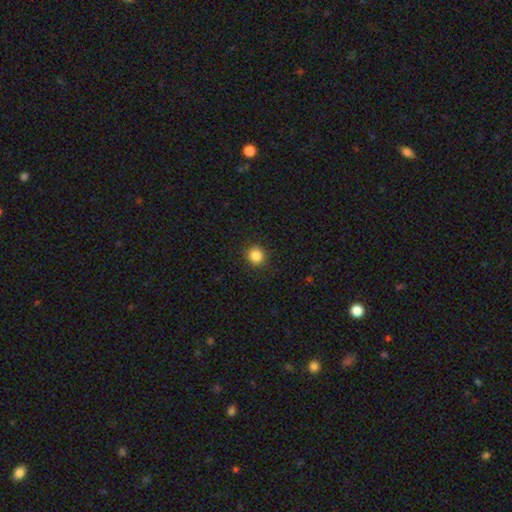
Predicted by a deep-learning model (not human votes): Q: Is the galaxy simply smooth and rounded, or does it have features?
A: smooth — 86%.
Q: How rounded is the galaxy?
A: round — 91%.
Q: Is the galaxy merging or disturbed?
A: none — 91%.